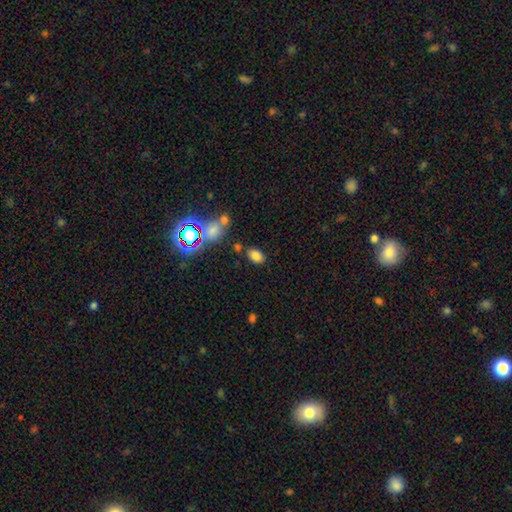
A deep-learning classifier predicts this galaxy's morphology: smooth-or-featured: smooth: 77% | star or artifact: 16% | featured or disk: 7%
  how-rounded: in between: 85% | round: 14% | cigar-shaped: 1%
  merging: none: 77% | minor disturbance: 12% | merger: 7% | major disturbance: 4%